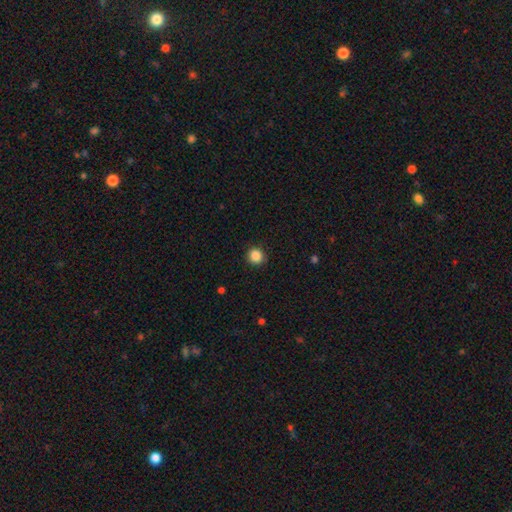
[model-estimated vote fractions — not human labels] Smooth or featured? smooth (87%)
How rounded? round (91%)
Merging? none (90%)